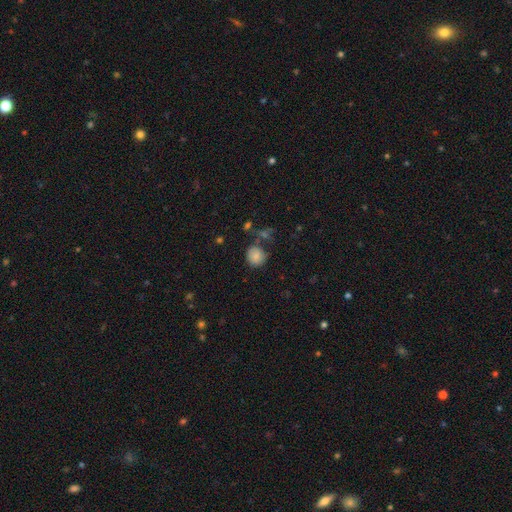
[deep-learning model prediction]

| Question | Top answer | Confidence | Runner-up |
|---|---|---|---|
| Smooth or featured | smooth | 82% | star or artifact (9%) |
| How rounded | round | 79% | in between (20%) |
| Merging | none | 68% | minor disturbance (20%) |